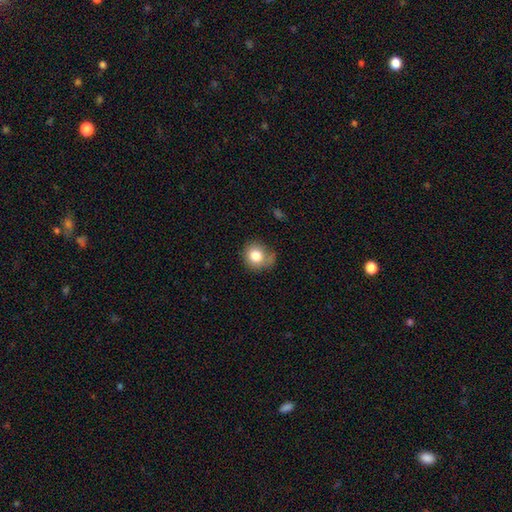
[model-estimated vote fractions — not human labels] Smooth or featured? smooth (80%)
How rounded? round (80%)
Merging? none (59%)